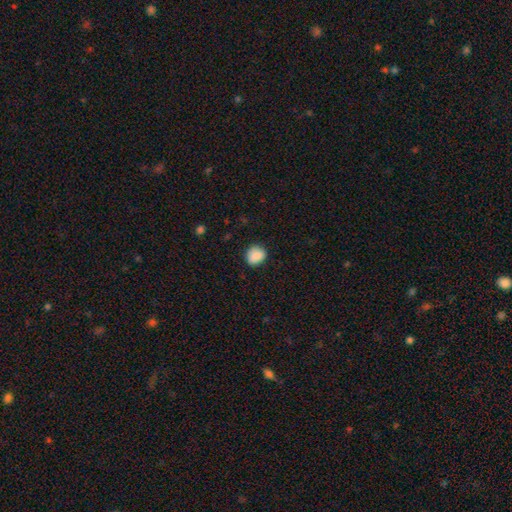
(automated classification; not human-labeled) This is clearly a smooth galaxy (88%). How rounded: likely round (64%). Merging: likely none (80%).